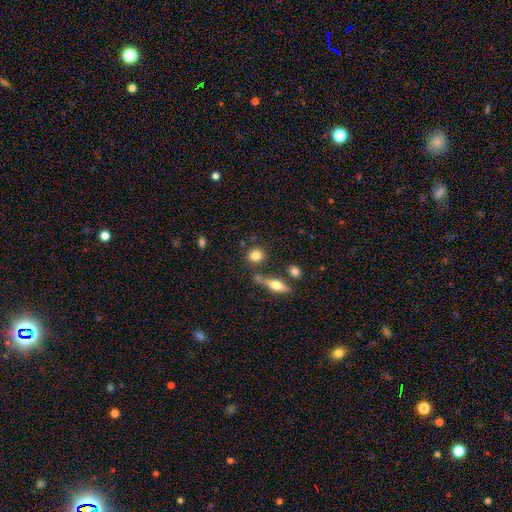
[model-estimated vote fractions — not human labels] smooth 81%, featured or disk 10%, star or artifact 9%. Down the decision tree: how rounded — round (79%); merging — none (73%).